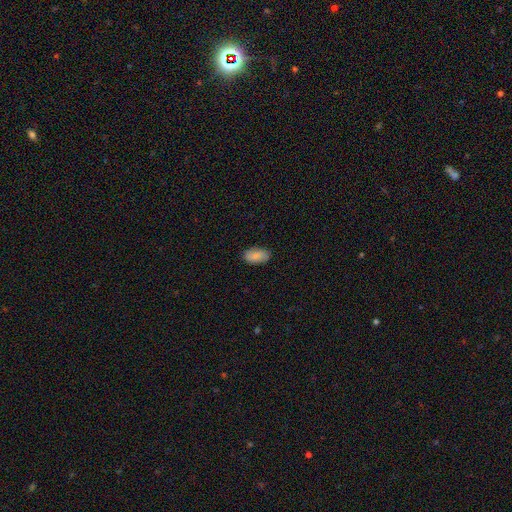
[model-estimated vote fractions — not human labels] A smooth galaxy with no disk features (83%) that is in between round and cigar-shaped (93%).

Vote fractions:
- Smooth or featured? smooth: 83% / featured or disk: 10% / star or artifact: 7%
- How rounded? in between: 93% / round: 4% / cigar-shaped: 3%
- Merging? none: 84% / minor disturbance: 12% / major disturbance: 3% / merger: 1%